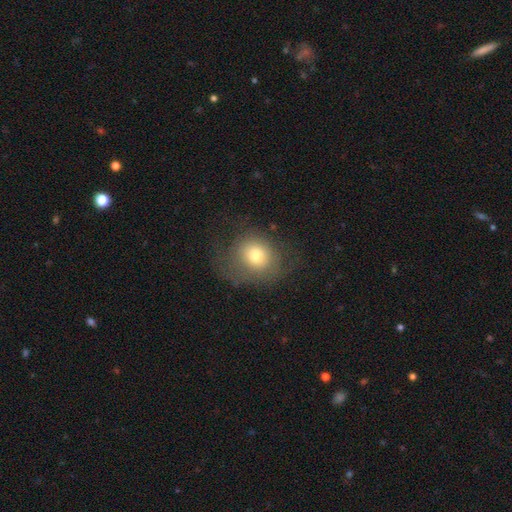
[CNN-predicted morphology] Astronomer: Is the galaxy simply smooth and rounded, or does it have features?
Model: smooth — 70%.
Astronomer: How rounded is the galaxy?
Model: round — 74%.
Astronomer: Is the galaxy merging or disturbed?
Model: none — 58%.